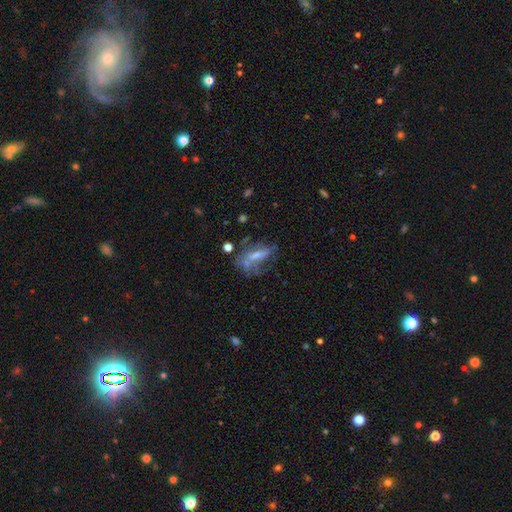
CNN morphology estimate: smooth-or-featured: featured or disk: 53% | smooth: 35% | star or artifact: 12%
  disk-edge-on: no: 82% | yes: 18%
  merging: none: 39% | major disturbance: 28% | minor disturbance: 23% | merger: 10%